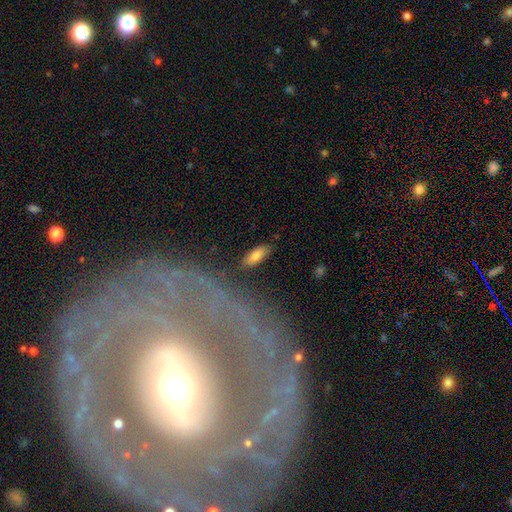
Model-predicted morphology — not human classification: A smooth galaxy with no disk features (77%) that is in between round and cigar-shaped (71%).

Vote fractions:
- Smooth or featured? smooth: 77% / featured or disk: 16% / star or artifact: 7%
- How rounded? in between: 71% / cigar-shaped: 27% / round: 2%
- Merging? none: 82% / minor disturbance: 11% / major disturbance: 4% / merger: 3%